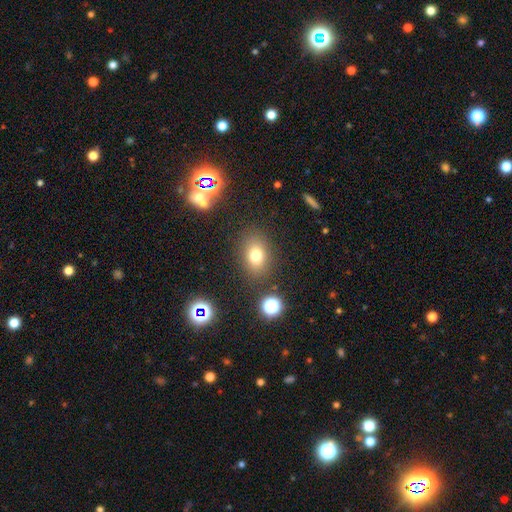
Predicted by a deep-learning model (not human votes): Q: Smooth or featured?
A: smooth (74%); runner-up: star or artifact (16%)
Q: How rounded?
A: in between (64%); runner-up: round (35%)
Q: Merging?
A: none (83%); runner-up: minor disturbance (10%)